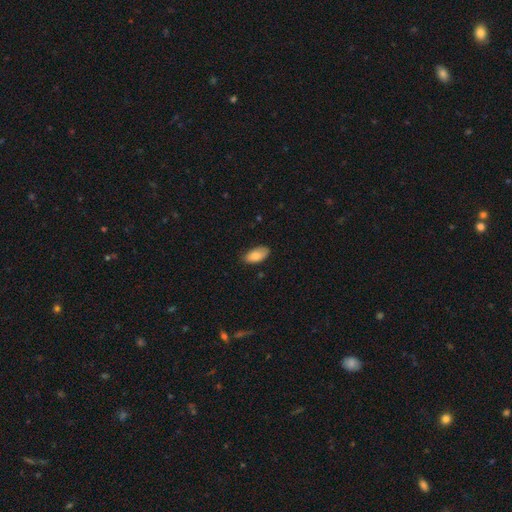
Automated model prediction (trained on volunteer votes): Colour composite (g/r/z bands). It shows a smooth galaxy with no disk features (83%) that is in between round and cigar-shaped (93%). Merging: none (77%).